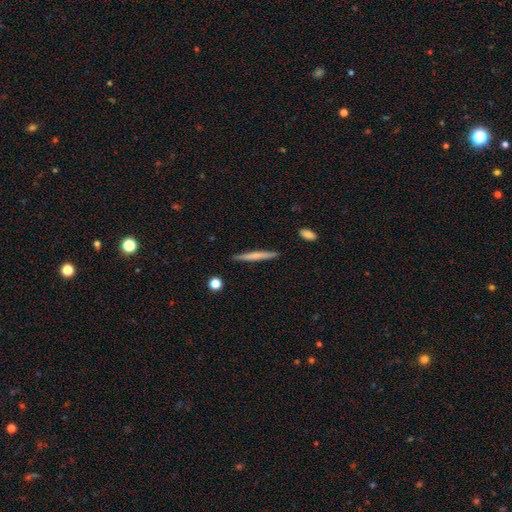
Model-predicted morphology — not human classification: This is likely a smooth galaxy (60%). How rounded: clearly cigar-shaped (96%). Merging: clearly none (90%).